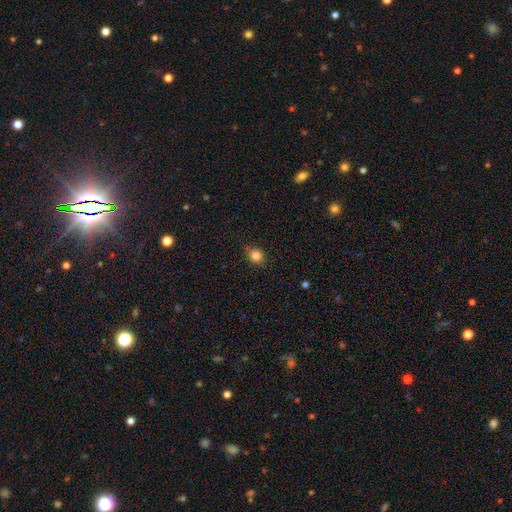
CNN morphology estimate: A smooth galaxy with no disk features (83%) that is round (78%). Merging: none (84%).